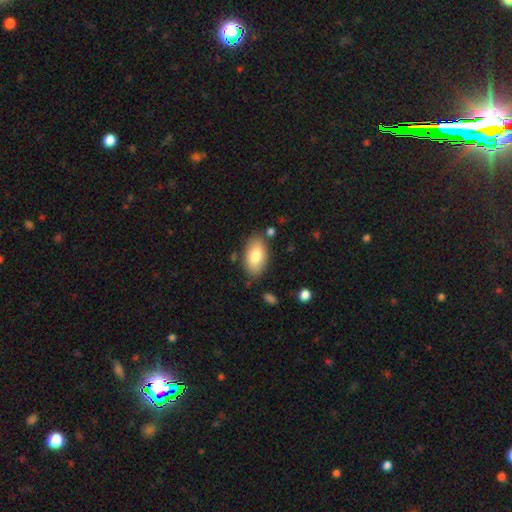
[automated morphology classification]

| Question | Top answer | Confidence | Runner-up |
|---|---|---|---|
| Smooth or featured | smooth | 79% | featured or disk (15%) |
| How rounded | in between | 93% | round (4%) |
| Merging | none | 80% | minor disturbance (13%) |